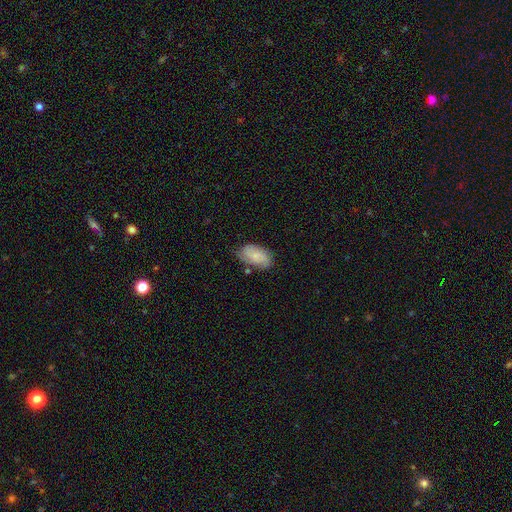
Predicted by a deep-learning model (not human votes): Q: Smooth or featured?
A: smooth (60%); runner-up: featured or disk (33%)
Q: How rounded?
A: in between (92%); runner-up: round (5%)
Q: Merging?
A: none (64%); runner-up: minor disturbance (26%)